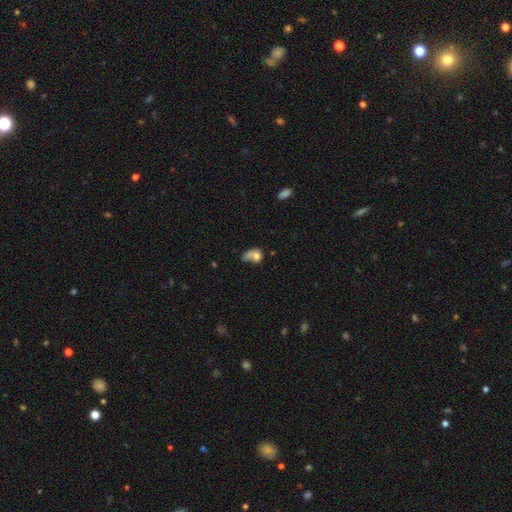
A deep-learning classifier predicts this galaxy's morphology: smooth_or_featured: smooth (p=0.67) [alt: featured or disk p=0.22]
how_rounded: in between (p=0.54) [alt: round p=0.43]
merging: major disturbance (p=0.30) [alt: merger p=0.26]